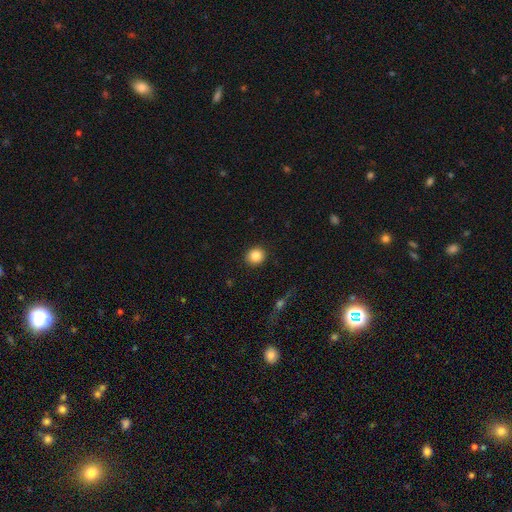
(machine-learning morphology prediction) A smooth galaxy with no disk features (86%) that is round (85%).

Vote fractions:
- Smooth or featured? smooth: 86% / star or artifact: 9% / featured or disk: 5%
- How rounded? round: 85% / in between: 14% / cigar-shaped: 1%
- Merging? none: 91% / minor disturbance: 6% / major disturbance: 2% / merger: 1%